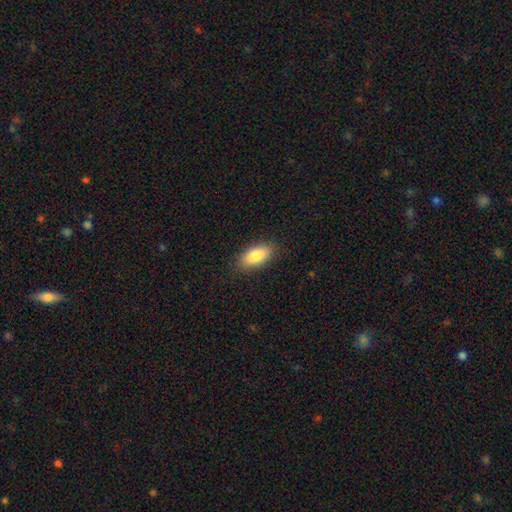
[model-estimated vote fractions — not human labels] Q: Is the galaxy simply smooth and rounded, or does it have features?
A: smooth — 85%.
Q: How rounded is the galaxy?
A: in between — 89%.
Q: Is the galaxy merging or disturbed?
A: none — 87%.